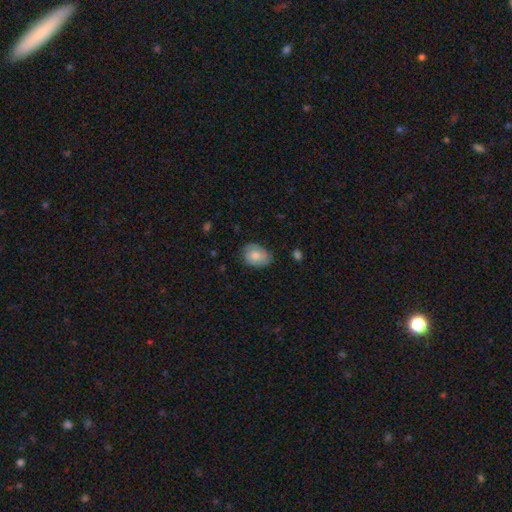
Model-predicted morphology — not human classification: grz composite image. It shows a smooth galaxy with no disk features (64%) that is in between round and cigar-shaped (67%). Merging: none (68%).